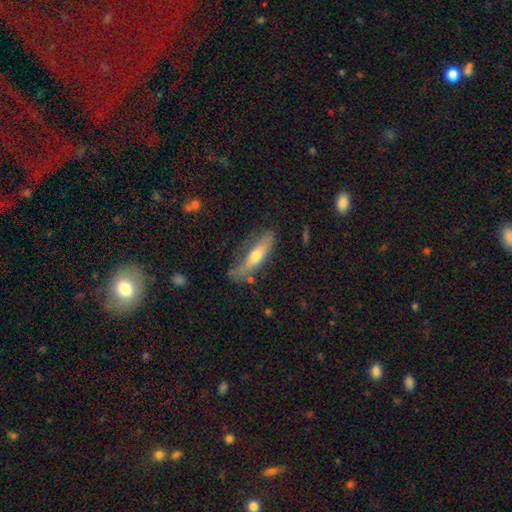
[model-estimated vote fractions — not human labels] This is possibly a smooth galaxy (53%). How rounded: likely cigar-shaped (66%). Merging: possibly none (59%).